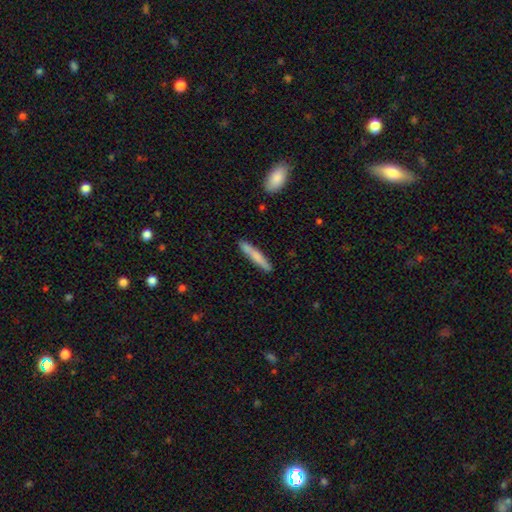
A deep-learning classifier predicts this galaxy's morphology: This appears to be a smooth galaxy with no disk features (71%) that is cigar-shaped (93%). Merging: none (85%).